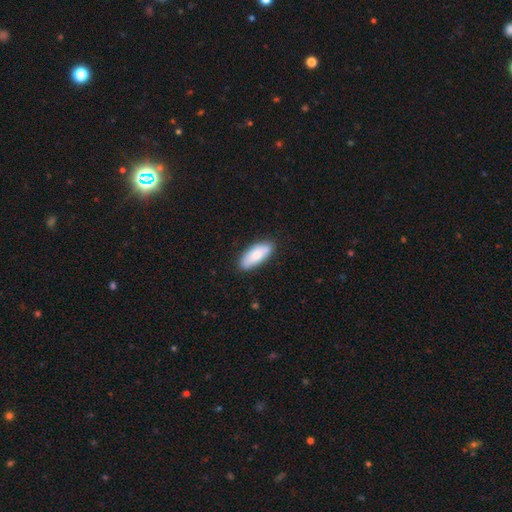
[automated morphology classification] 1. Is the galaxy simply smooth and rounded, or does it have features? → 79% smooth, 16% featured or disk, 6% star or artifact.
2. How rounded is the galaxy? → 79% in between, 19% cigar-shaped, 2% round.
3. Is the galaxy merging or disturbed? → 84% none, 12% minor disturbance, 2% major disturbance, 1% merger.